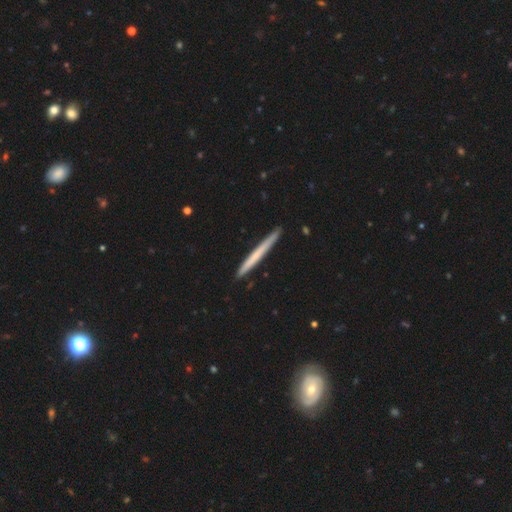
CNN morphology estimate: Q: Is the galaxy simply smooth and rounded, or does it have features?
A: smooth — 56%.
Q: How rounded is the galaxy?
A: cigar-shaped — 97%.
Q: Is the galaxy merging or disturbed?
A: none — 90%.